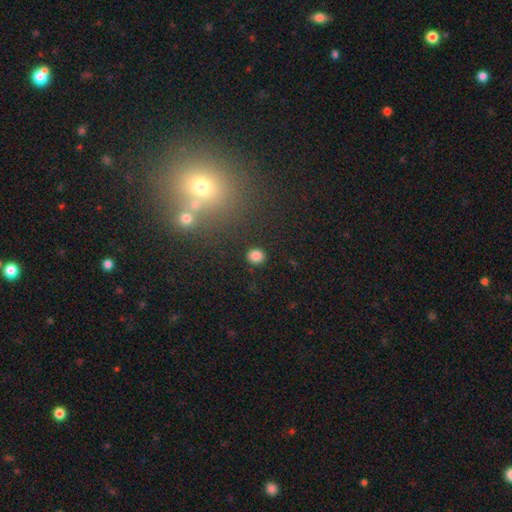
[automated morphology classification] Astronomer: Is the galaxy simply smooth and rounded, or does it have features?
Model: smooth — 83%.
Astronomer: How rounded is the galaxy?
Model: round — 79%.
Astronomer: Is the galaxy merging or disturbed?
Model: none — 89%.